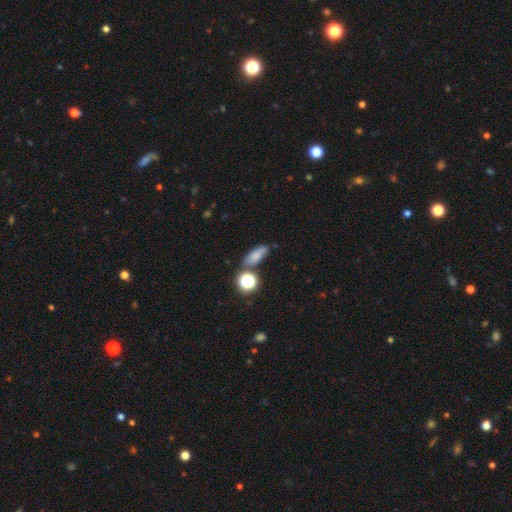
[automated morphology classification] This appears to be a smooth galaxy with no disk features (71%) that is in between round and cigar-shaped (65%). Merging: none (68%).